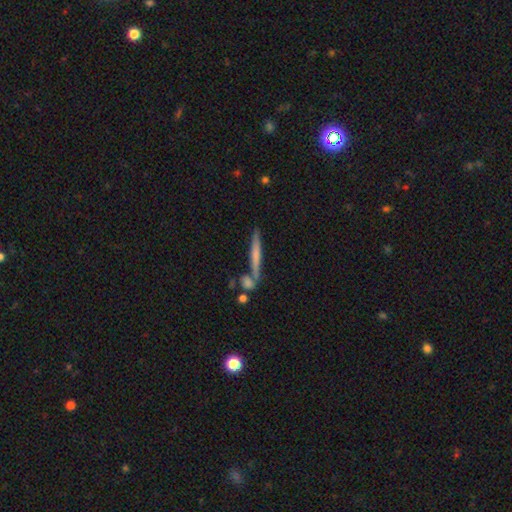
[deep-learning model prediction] Smooth or featured? smooth (51%)
How rounded? cigar-shaped (94%)
Merging? none (72%)